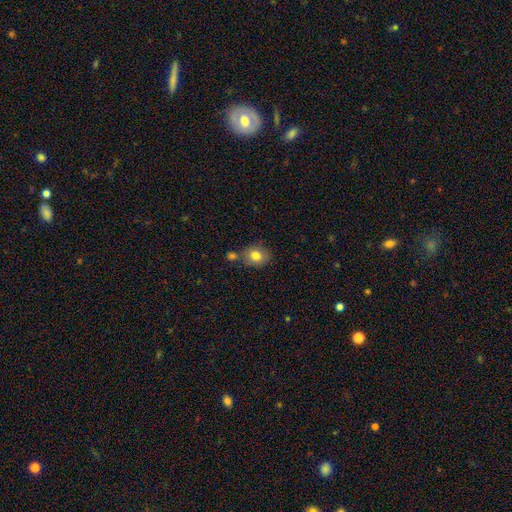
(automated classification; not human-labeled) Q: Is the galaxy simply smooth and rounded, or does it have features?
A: smooth — 80%.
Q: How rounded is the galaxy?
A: round — 63%.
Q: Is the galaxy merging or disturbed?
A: none — 69%.